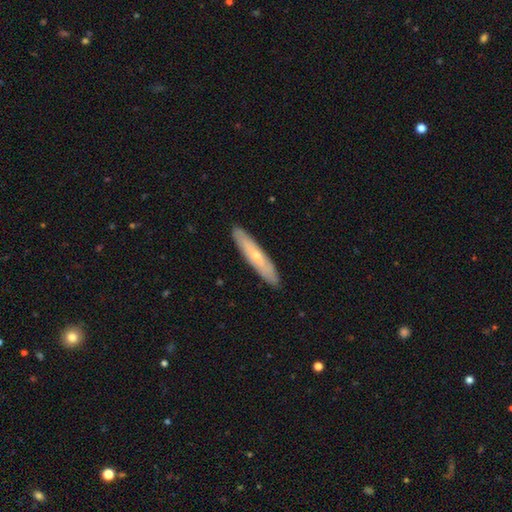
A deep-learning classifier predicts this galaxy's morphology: Overall: featured or disk (51%; smooth 43%). Edge-on disk: yes (66%; no 34%). Merging: none (90%).